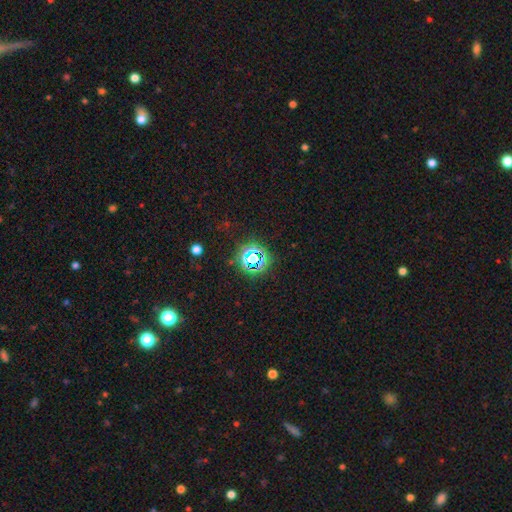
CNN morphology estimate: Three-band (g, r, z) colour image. It shows a star or artifact, not a galaxy (75%).